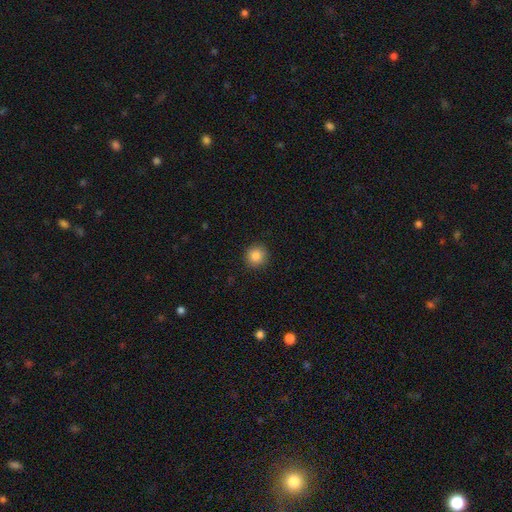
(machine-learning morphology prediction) Smooth or featured? smooth (86%)
How rounded? round (93%)
Merging? none (91%)